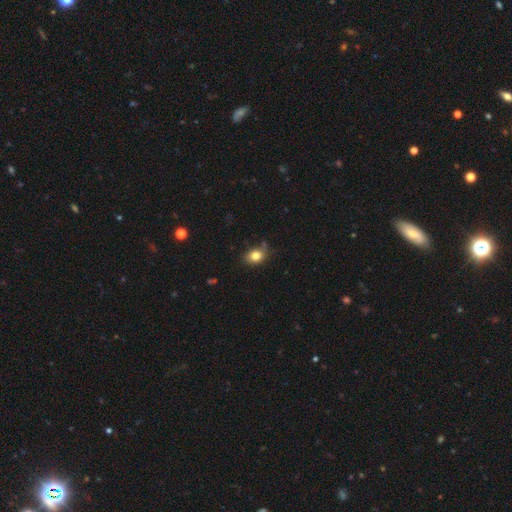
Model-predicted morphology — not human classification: smooth-or-featured: smooth: 81% | star or artifact: 10% | featured or disk: 8%
  how-rounded: in between: 61% | round: 38% | cigar-shaped: 1%
  merging: none: 68% | minor disturbance: 23% | major disturbance: 5% | merger: 4%